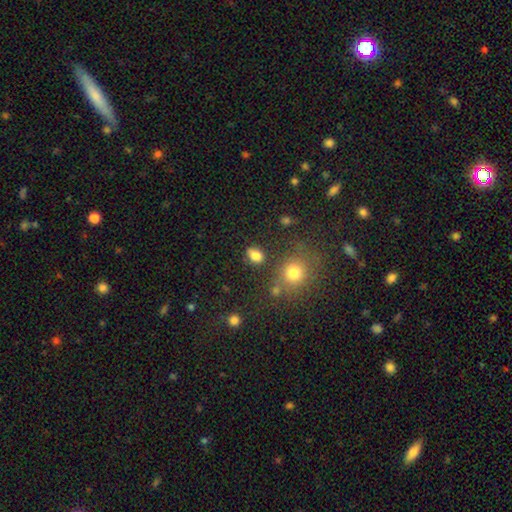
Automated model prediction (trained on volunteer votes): A smooth galaxy with no disk features (82%) that is in between round and cigar-shaped (67%).

Vote fractions:
- Smooth or featured? smooth: 82% / star or artifact: 12% / featured or disk: 6%
- How rounded? in between: 67% / round: 31% / cigar-shaped: 2%
- Merging? none: 77% / minor disturbance: 13% / merger: 6% / major disturbance: 4%